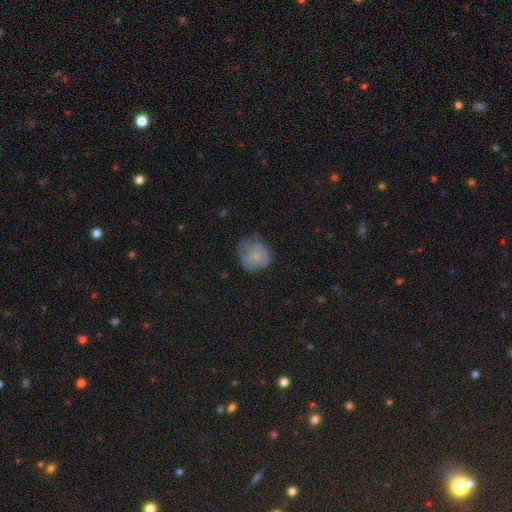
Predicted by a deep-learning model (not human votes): Smooth or featured? smooth (65%)
How rounded? round (78%)
Merging? none (48%)